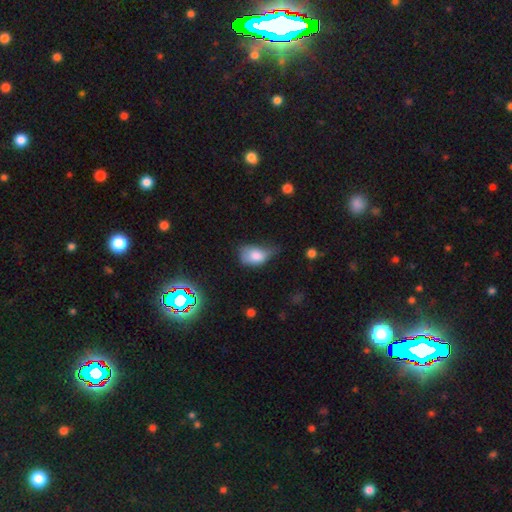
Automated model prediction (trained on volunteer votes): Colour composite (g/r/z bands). It shows a smooth galaxy with no disk features (77%) that is in between round and cigar-shaped (82%). Merging: minor disturbance (48%).